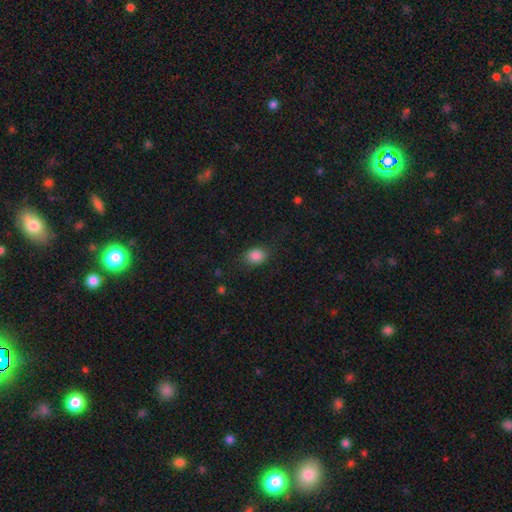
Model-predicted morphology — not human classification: smooth-or-featured: smooth: 86% | star or artifact: 9% | featured or disk: 4%
  how-rounded: in between: 56% | round: 43% | cigar-shaped: 1%
  merging: none: 81% | minor disturbance: 13% | major disturbance: 5% | merger: 1%